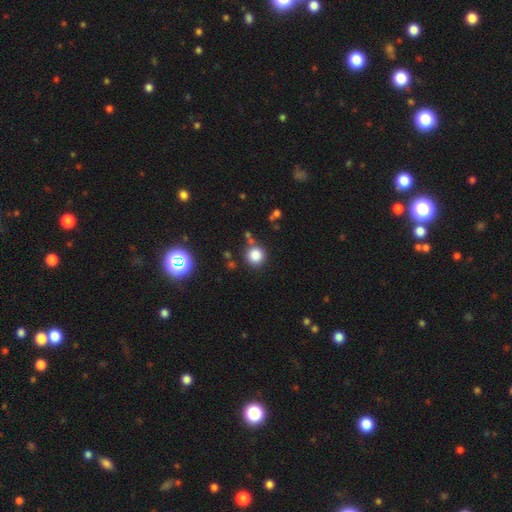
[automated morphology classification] Smooth or featured: smooth — 83% (star or artifact — 12%)
How rounded: round — 94% (in between — 5%)
Merging: none — 81% (minor disturbance — 9%)